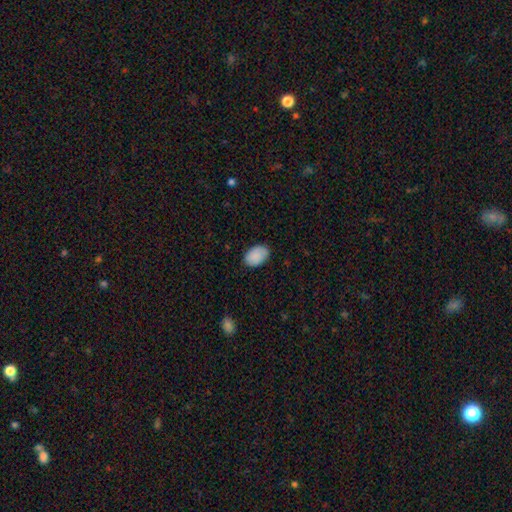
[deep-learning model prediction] Smooth or featured? Predicted: smooth (p=0.89). How rounded? Predicted: in between (p=0.90). Merging? Predicted: none (p=0.83).